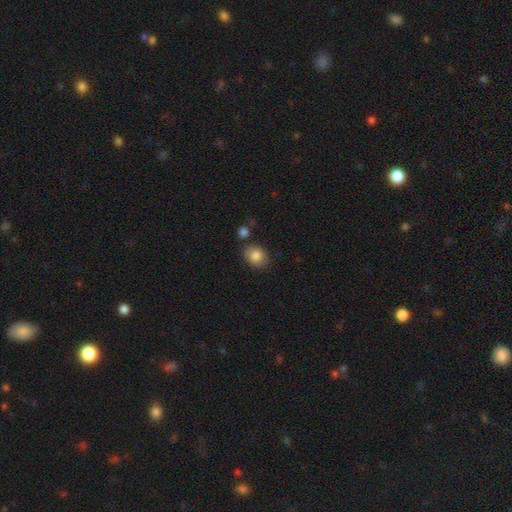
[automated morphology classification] A smooth galaxy with no disk features (84%) that is in between round and cigar-shaped (55%). Merging: none (78%).